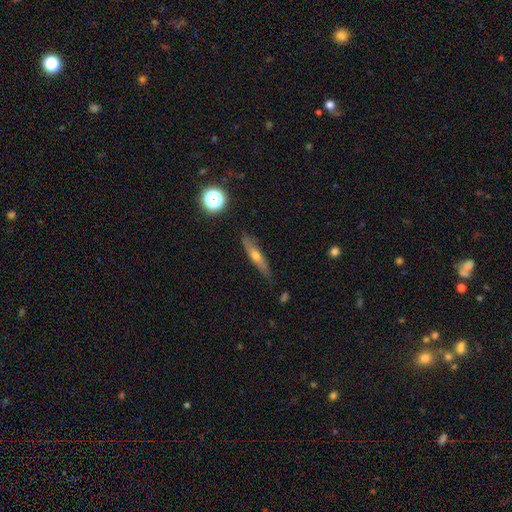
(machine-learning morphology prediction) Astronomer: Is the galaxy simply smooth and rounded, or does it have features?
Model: featured or disk — 50% (runner-up: smooth, 41%).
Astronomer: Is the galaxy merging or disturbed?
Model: none — 83%.